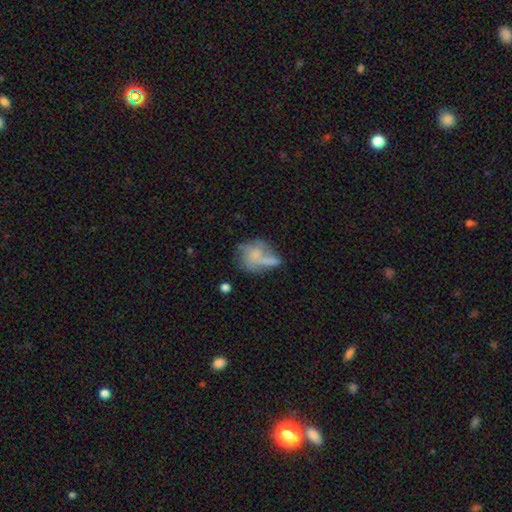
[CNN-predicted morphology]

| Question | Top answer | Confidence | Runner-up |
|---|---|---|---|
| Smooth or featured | smooth | 46% | featured or disk (45%) |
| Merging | none | 37% | major disturbance (23%) |